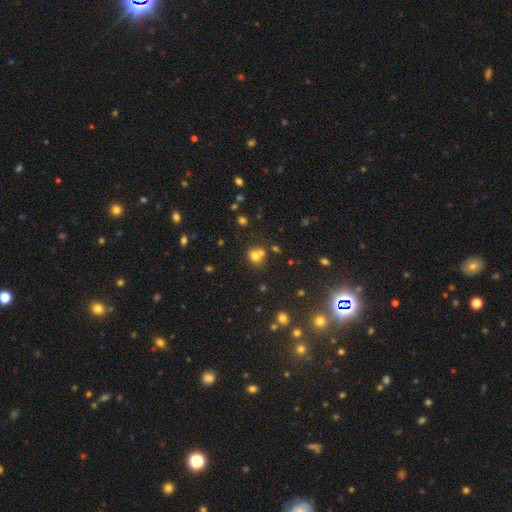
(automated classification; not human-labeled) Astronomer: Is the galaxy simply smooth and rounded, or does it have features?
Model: smooth — 70%.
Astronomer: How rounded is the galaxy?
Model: round — 75%.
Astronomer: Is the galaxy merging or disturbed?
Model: none — 47% (runner-up: merger, 40%).